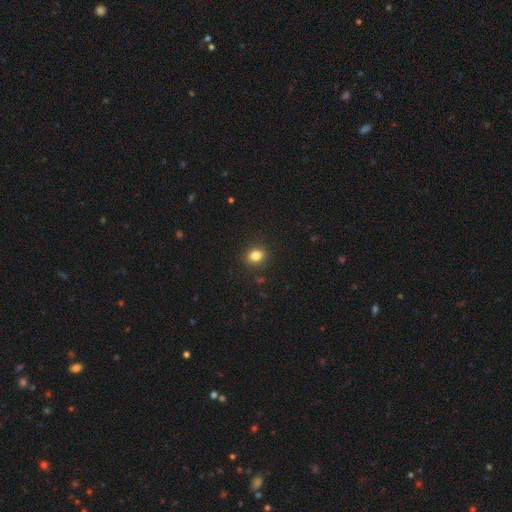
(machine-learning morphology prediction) Q: Smooth or featured?
A: smooth (83%); runner-up: star or artifact (11%)
Q: How rounded?
A: round (56%); runner-up: in between (43%)
Q: Merging?
A: none (89%); runner-up: minor disturbance (8%)